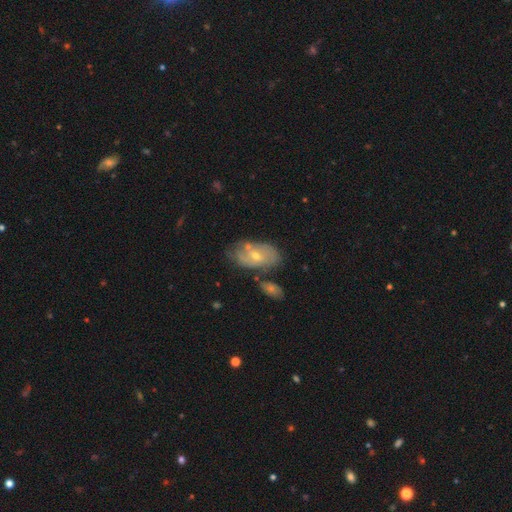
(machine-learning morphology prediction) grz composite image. It shows a featured or disk galaxy (63%) with no bar (65%), spiral arms (65%) and a small central bulge (53%). Merging: none (60%).